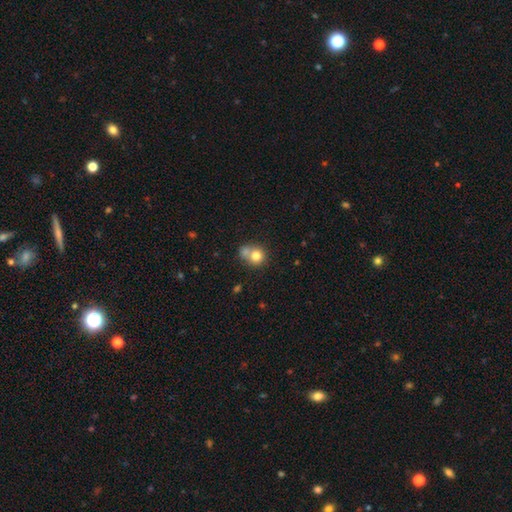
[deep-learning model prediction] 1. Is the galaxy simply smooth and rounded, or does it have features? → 77% smooth, 13% featured or disk, 10% star or artifact.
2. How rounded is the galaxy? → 80% round, 19% in between, 1% cigar-shaped.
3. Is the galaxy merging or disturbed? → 43% merger, 41% none, 11% minor disturbance, 5% major disturbance.